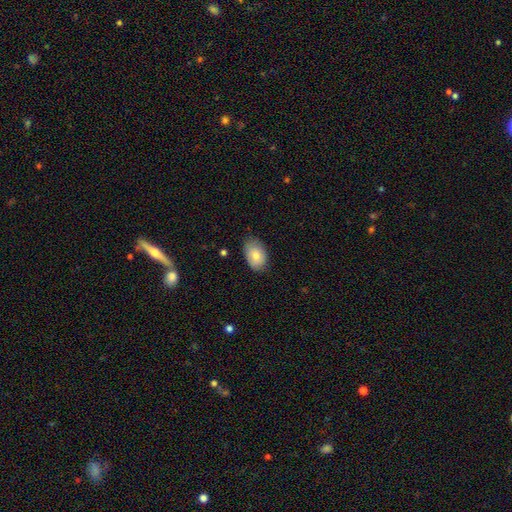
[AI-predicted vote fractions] A smooth galaxy with no disk features (78%) that is in between round and cigar-shaped (86%). Merging: none (71%).